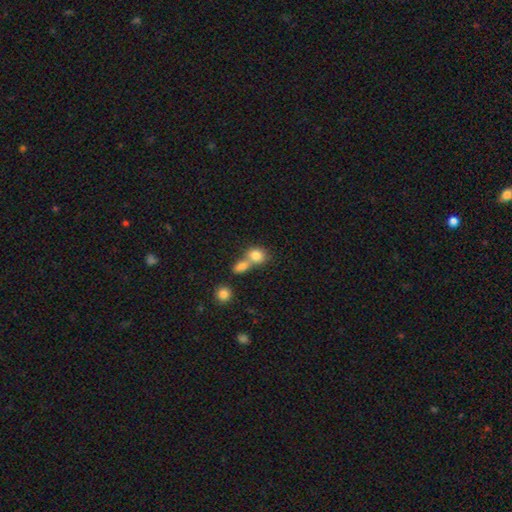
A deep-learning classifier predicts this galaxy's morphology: A smooth galaxy with no disk features (81%) that is round (60%). Merging: merger (58%).